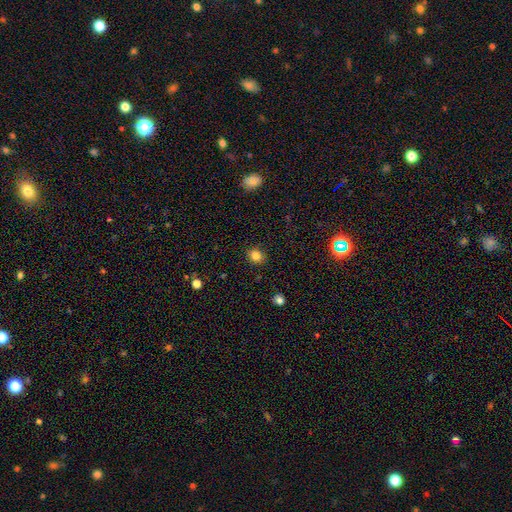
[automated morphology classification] This appears to be a smooth galaxy with no disk features (83%) that is round (68%). Merging: none (88%).